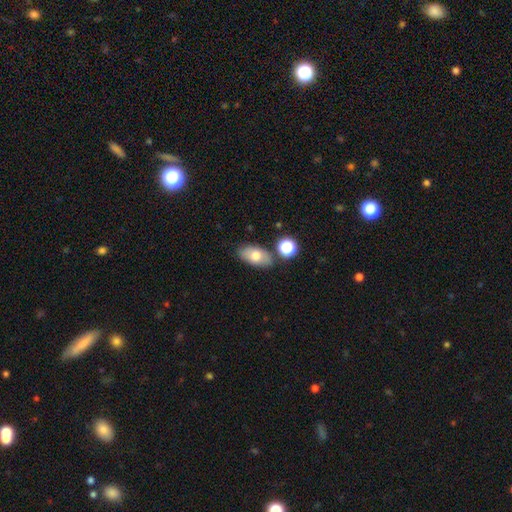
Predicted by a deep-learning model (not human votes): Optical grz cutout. It shows a smooth galaxy with no disk features (71%) that is in between round and cigar-shaped (90%). Merging: none (74%).